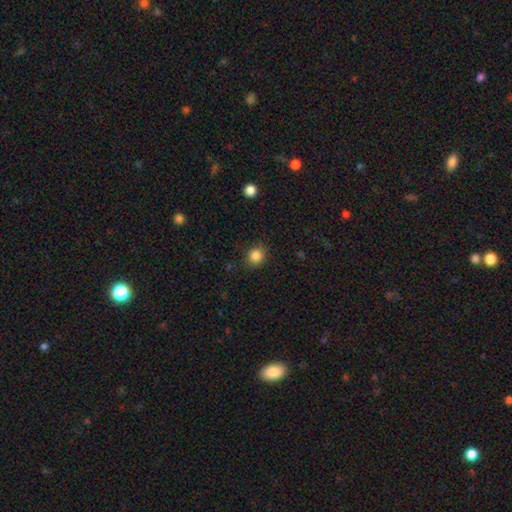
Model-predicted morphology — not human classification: Overall: smooth (85%). How rounded: round (79%). Merging: none (85%).